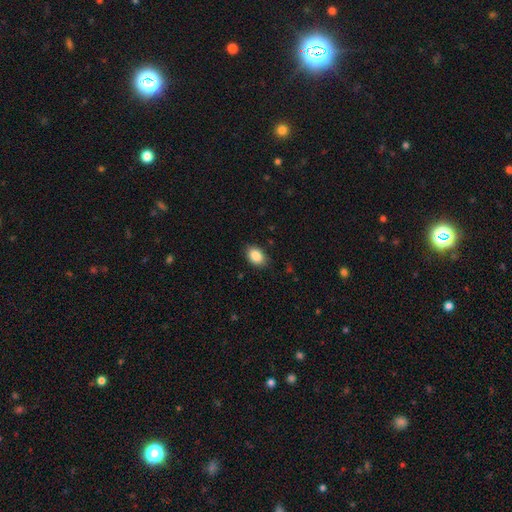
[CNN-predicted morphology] Smooth or featured: smooth — 88% (star or artifact — 8%)
How rounded: in between — 80% (round — 19%)
Merging: none — 84% (minor disturbance — 12%)